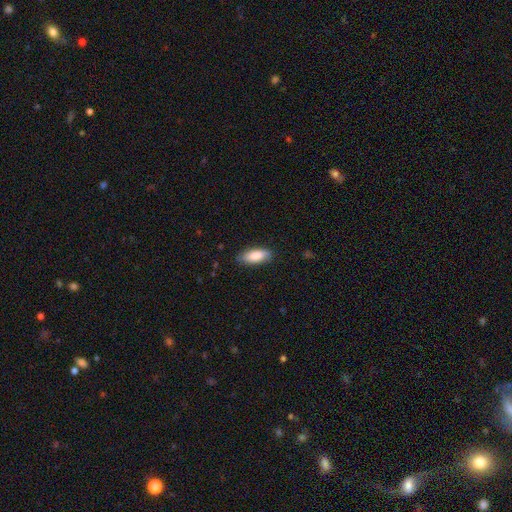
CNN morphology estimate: type=smooth (86%); roundness=in between (79%); merging=none (84%).